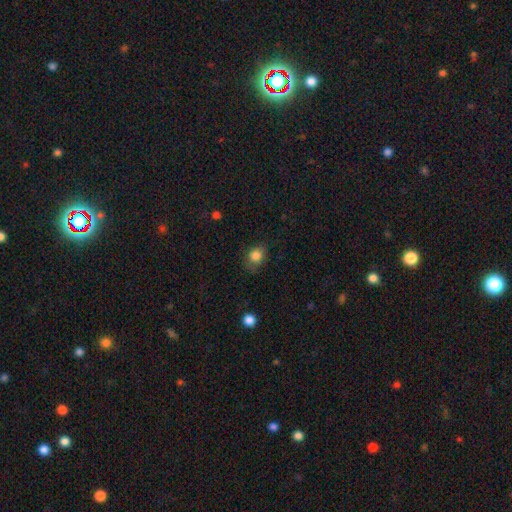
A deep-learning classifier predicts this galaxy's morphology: A smooth galaxy with no disk features (83%) that is round (51%). Merging: none (68%).